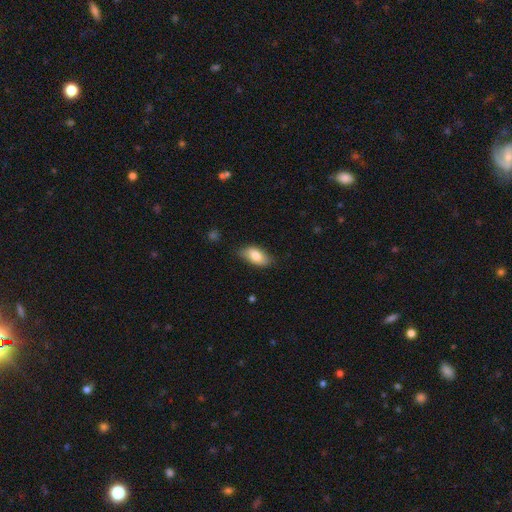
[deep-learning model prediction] A smooth galaxy with no disk features (80%) that is in between round and cigar-shaped (91%). Merging: none (76%).